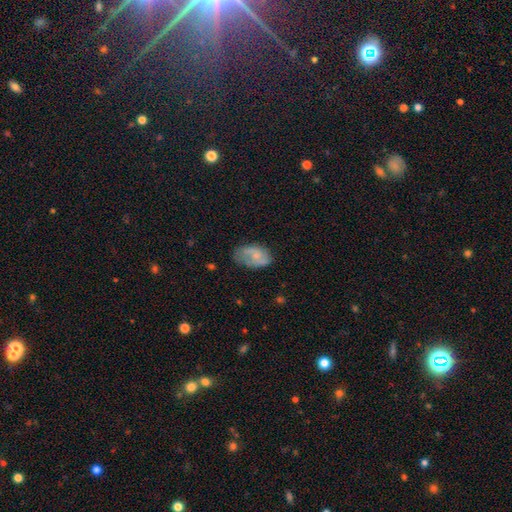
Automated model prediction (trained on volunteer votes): Smooth or featured: smooth — 57% (featured or disk — 36%)
How rounded: in between — 89% (round — 9%)
Merging: none — 49% (minor disturbance — 34%)